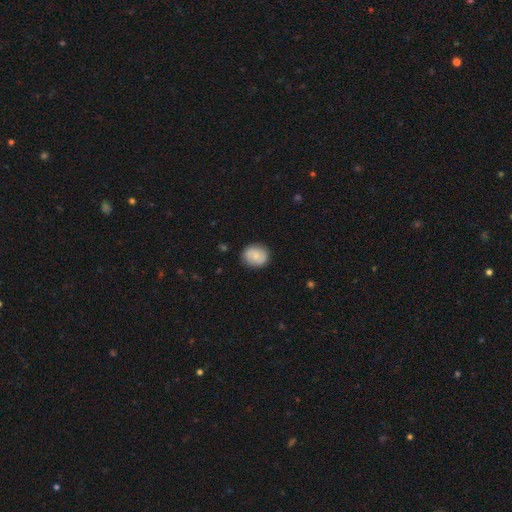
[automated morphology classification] type=smooth (73%); roundness=round (71%); merging=none (85%).